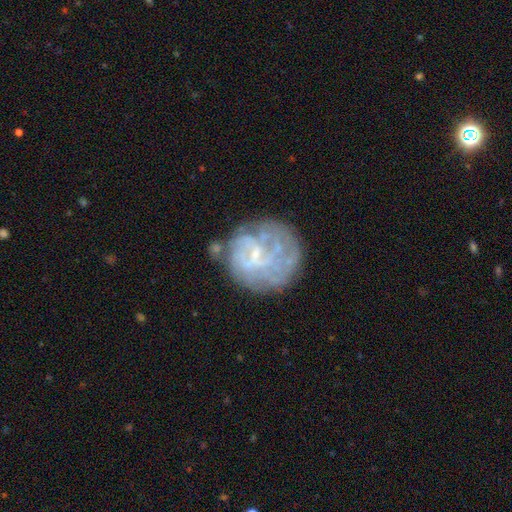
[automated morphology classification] Overall: featured or disk (66%). Edge-on disk: no (98%). Bar: no (47%; weak 43%). Spiral arms: yes (55%; no 45%). Bulge size: small (54%; none 30%). Merging: none (58%; minor disturbance 19%).